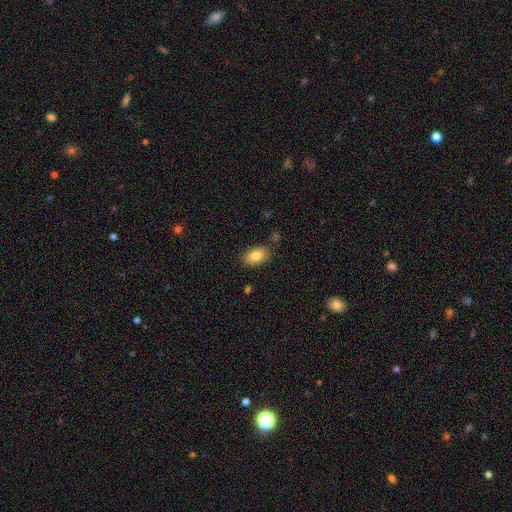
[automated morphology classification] Q: Smooth or featured?
A: smooth (83%); runner-up: featured or disk (9%)
Q: How rounded?
A: in between (89%); runner-up: round (9%)
Q: Merging?
A: none (82%); runner-up: minor disturbance (12%)